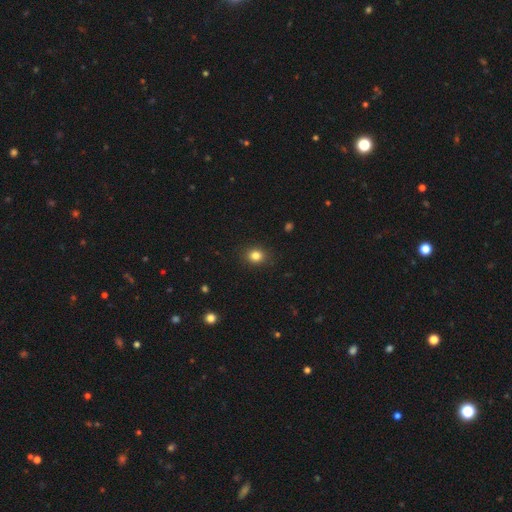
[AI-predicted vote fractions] A smooth galaxy with no disk features (83%) that is round (73%).

Vote fractions:
- Smooth or featured? smooth: 83% / star or artifact: 12% / featured or disk: 5%
- How rounded? round: 73% / in between: 26% / cigar-shaped: 1%
- Merging? none: 90% / minor disturbance: 7% / major disturbance: 2% / merger: 1%